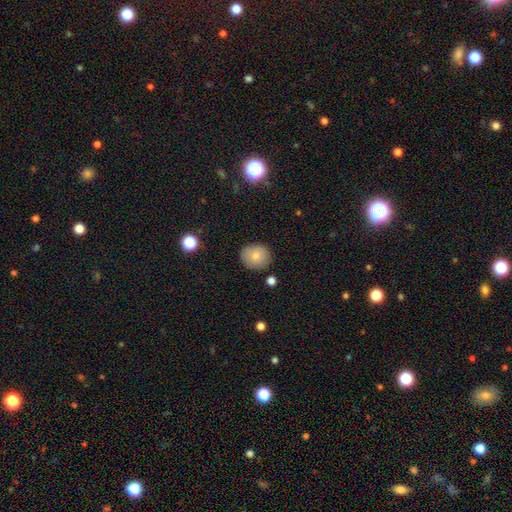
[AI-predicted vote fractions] Smooth or featured? smooth (79%)
How rounded? round (77%)
Merging? none (85%)